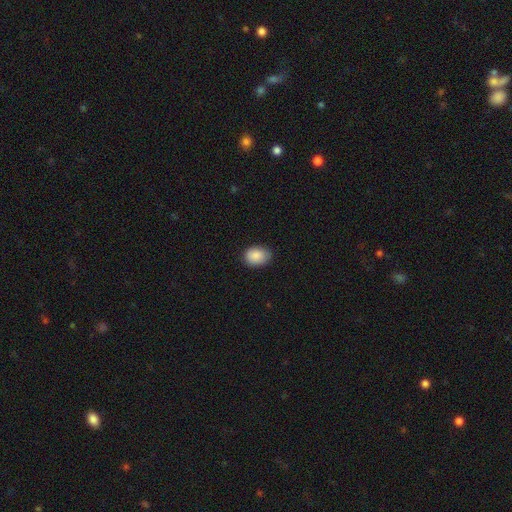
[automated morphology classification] smooth-or-featured: smooth: 88% | star or artifact: 7% | featured or disk: 5%
  how-rounded: in between: 71% | round: 28% | cigar-shaped: 1%
  merging: none: 80% | minor disturbance: 17% | major disturbance: 3% | merger: 1%